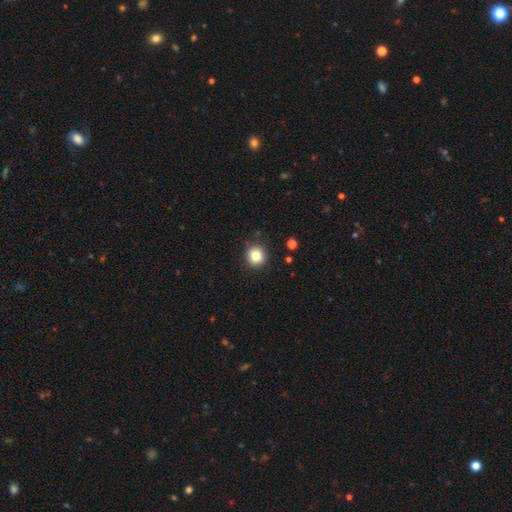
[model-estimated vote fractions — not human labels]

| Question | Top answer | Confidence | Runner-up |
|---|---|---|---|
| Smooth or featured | smooth | 82% | star or artifact (11%) |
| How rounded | round | 90% | in between (9%) |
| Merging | none | 89% | minor disturbance (7%) |